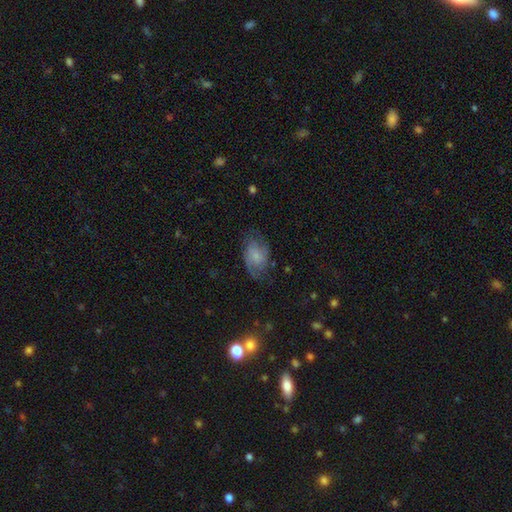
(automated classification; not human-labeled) Smooth or featured? Predicted: smooth (p=0.46). Merging? Predicted: none (p=0.58).